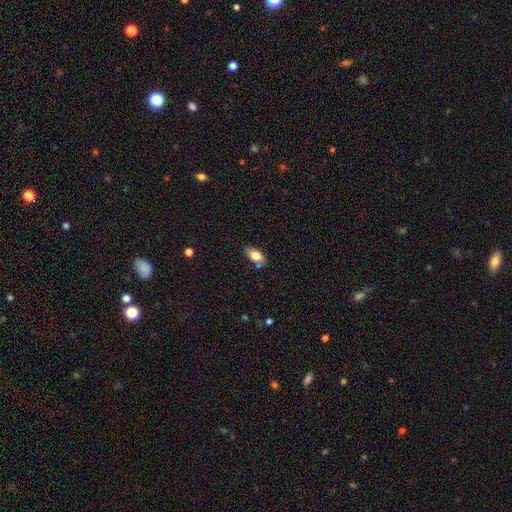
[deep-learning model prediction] smooth_or_featured: smooth (p=0.77) [alt: featured or disk p=0.15]
how_rounded: in between (p=0.89) [alt: round p=0.06]
merging: none (p=0.76) [alt: minor disturbance p=0.15]